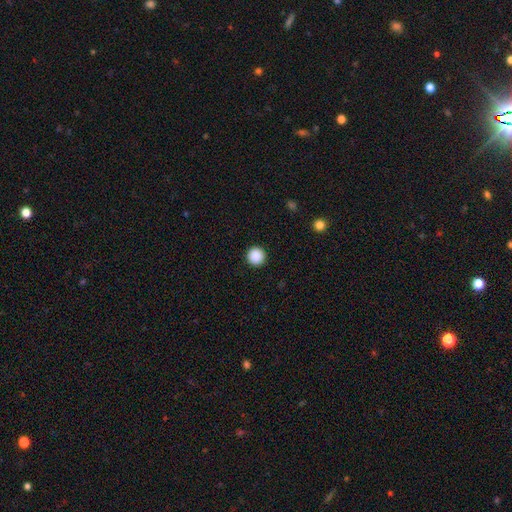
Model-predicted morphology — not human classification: smooth-or-featured: smooth: 88% | star or artifact: 9% | featured or disk: 3%
  how-rounded: round: 96% | in between: 3% | cigar-shaped: 1%
  merging: none: 94% | minor disturbance: 4% | major disturbance: 2% | merger: 1%